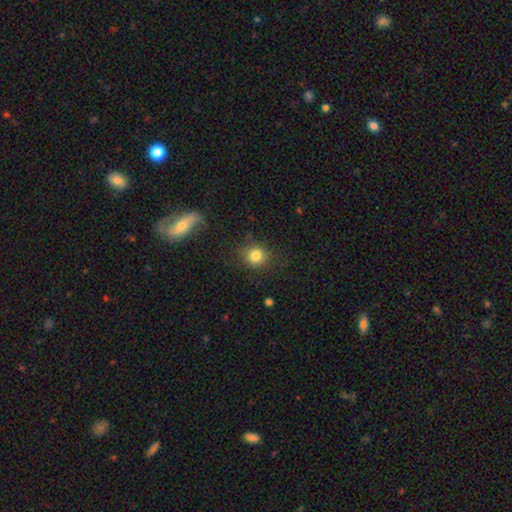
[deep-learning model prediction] Q: Smooth or featured?
A: smooth (82%); runner-up: star or artifact (11%)
Q: How rounded?
A: round (83%); runner-up: in between (16%)
Q: Merging?
A: none (83%); runner-up: minor disturbance (11%)